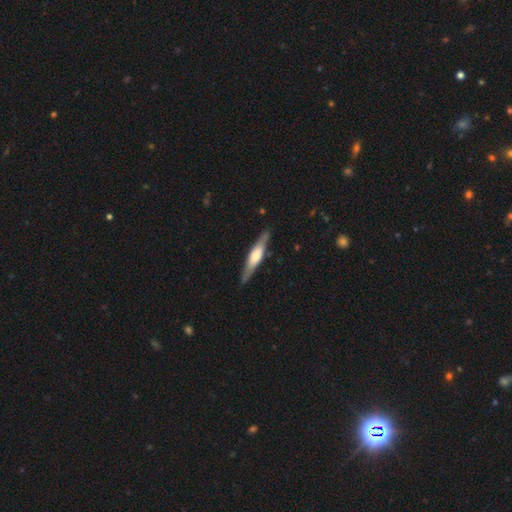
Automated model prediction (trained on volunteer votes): Q: Smooth or featured?
A: featured or disk (62%); runner-up: smooth (34%)
Q: Edge-on disk?
A: yes (93%); runner-up: no (7%)
Q: Edge-on bulge?
A: rounded (72%); runner-up: boxy (21%)
Q: Merging?
A: none (86%); runner-up: minor disturbance (11%)